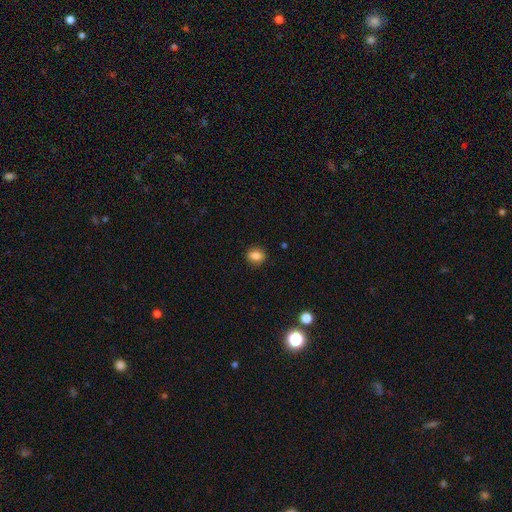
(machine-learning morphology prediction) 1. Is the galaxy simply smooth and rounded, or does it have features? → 84% smooth, 10% star or artifact, 6% featured or disk.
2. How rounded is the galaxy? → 57% round, 42% in between, 1% cigar-shaped.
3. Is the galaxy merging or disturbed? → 87% none, 9% minor disturbance, 2% major disturbance, 1% merger.